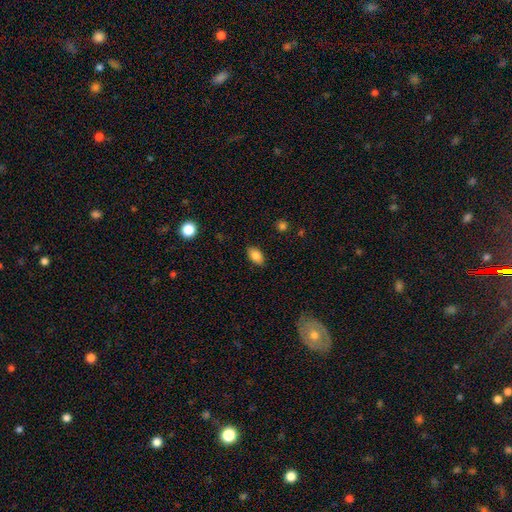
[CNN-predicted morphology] type=smooth (84%); roundness=in between (90%); merging=none (87%).